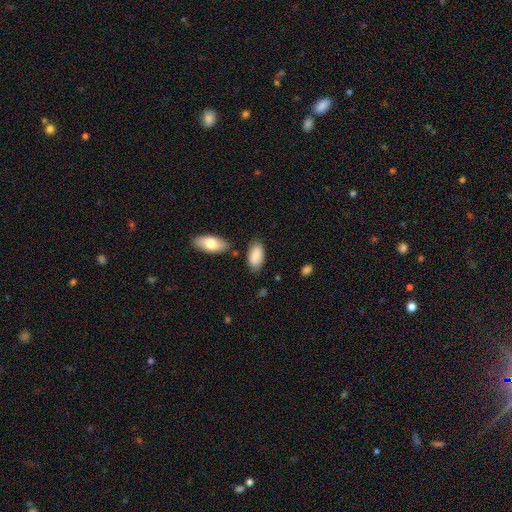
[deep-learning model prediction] Smooth or featured? smooth (87%)
How rounded? in between (94%)
Merging? none (74%)